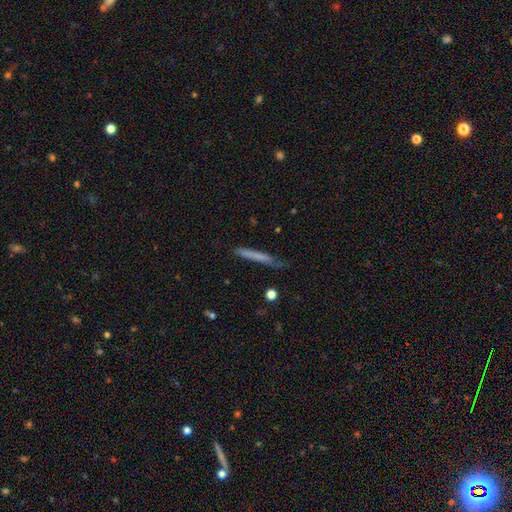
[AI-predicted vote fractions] smooth_or_featured: smooth (p=0.67) [alt: featured or disk p=0.26]
how_rounded: cigar-shaped (p=0.96) [alt: in between p=0.03]
merging: none (p=0.72) [alt: minor disturbance p=0.21]